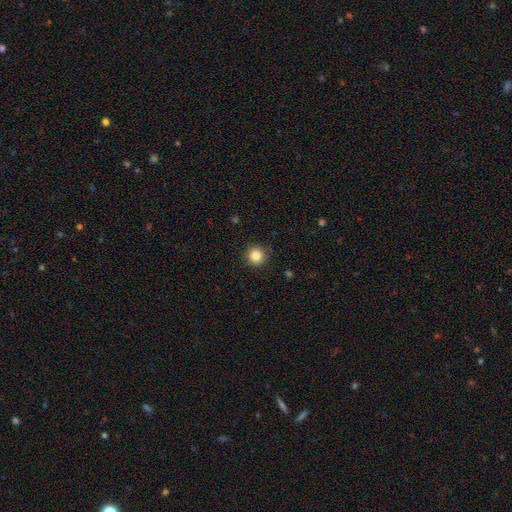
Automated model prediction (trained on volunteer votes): Smooth or featured?
  - smooth: 85% *
  - star or artifact: 11%
  - featured or disk: 5%
How rounded?
  - round: 95% *
  - in between: 4%
  - cigar-shaped: 1%
Merging?
  - none: 90% *
  - minor disturbance: 7%
  - major disturbance: 2%
  - merger: 1%